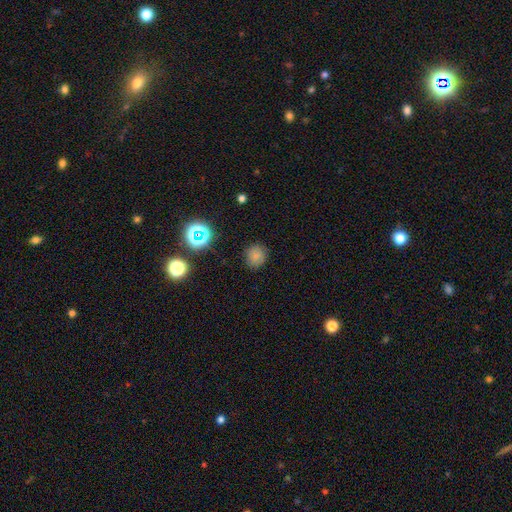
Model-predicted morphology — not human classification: smooth 76%, star or artifact 17%, featured or disk 7%. Down the decision tree: how rounded — round (85%); merging — none (84%).